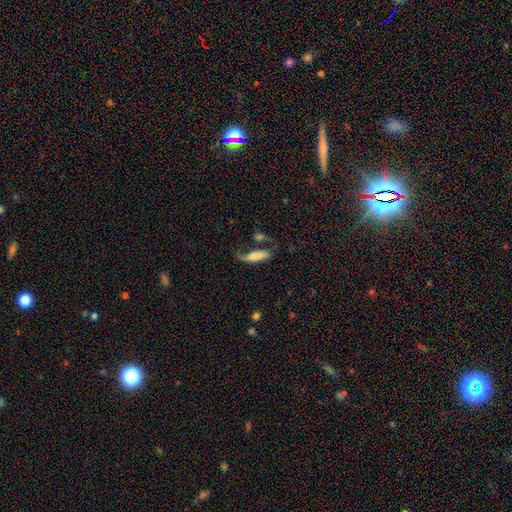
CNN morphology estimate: This appears to be a smooth galaxy with no disk features (65%) that is cigar-shaped (52%). Merging: none (36%).